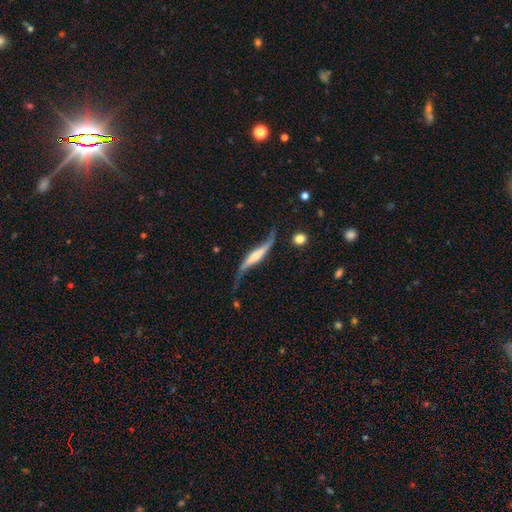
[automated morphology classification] A featured or disk galaxy (75%). Merging: none (51%).